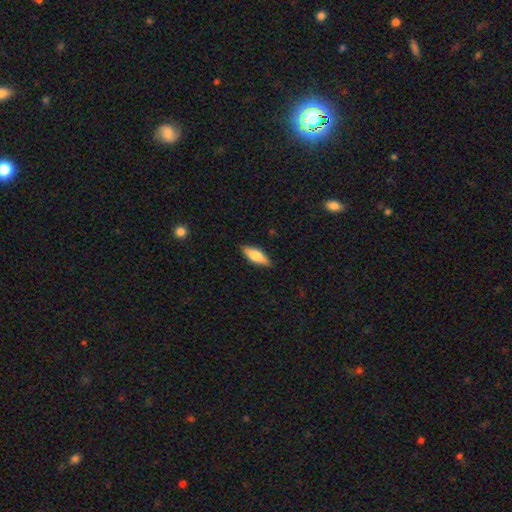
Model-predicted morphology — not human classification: Q: Smooth or featured?
A: smooth (68%); runner-up: featured or disk (26%)
Q: How rounded?
A: in between (62%); runner-up: cigar-shaped (35%)
Q: Merging?
A: none (87%); runner-up: minor disturbance (10%)